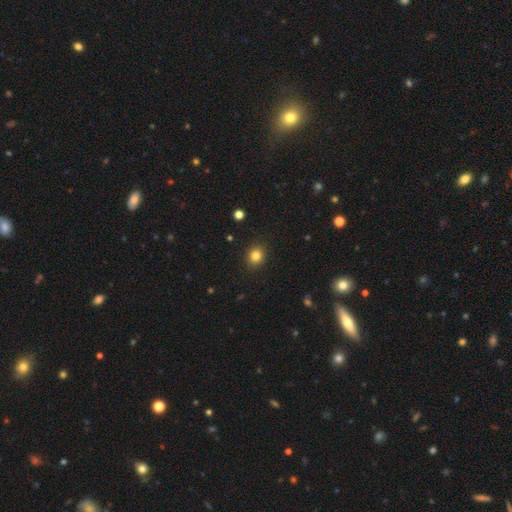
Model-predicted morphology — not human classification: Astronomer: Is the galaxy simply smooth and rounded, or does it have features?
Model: smooth — 83%.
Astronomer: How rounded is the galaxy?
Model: round — 74%.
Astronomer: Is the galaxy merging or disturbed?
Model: none — 90%.